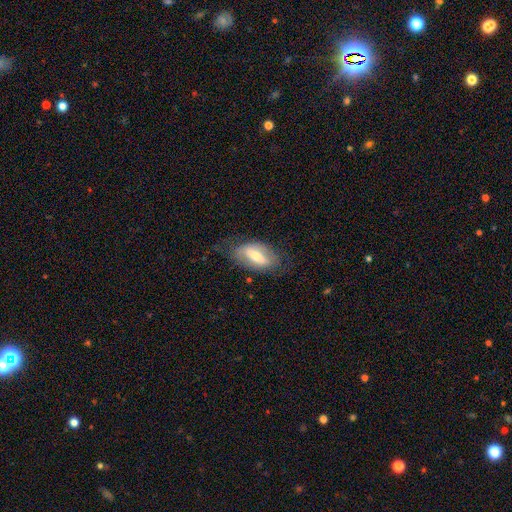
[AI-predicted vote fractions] A featured or disk galaxy (52%).

Vote fractions:
- Smooth or featured? featured or disk: 52% / smooth: 42% / star or artifact: 7%
- Edge-on disk? no: 81% / yes: 19%
- Merging? none: 65% / minor disturbance: 23% / major disturbance: 11% / merger: 1%